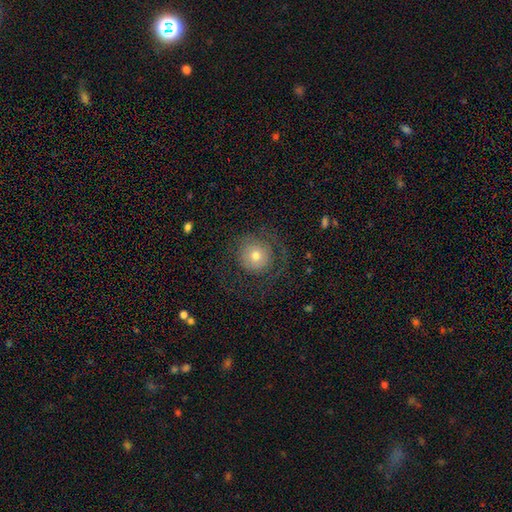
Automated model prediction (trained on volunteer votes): smooth_or_featured: smooth (p=0.54) [alt: featured or disk p=0.36]
how_rounded: round (p=0.93) [alt: in between p=0.07]
merging: none (p=0.64) [alt: major disturbance p=0.21]